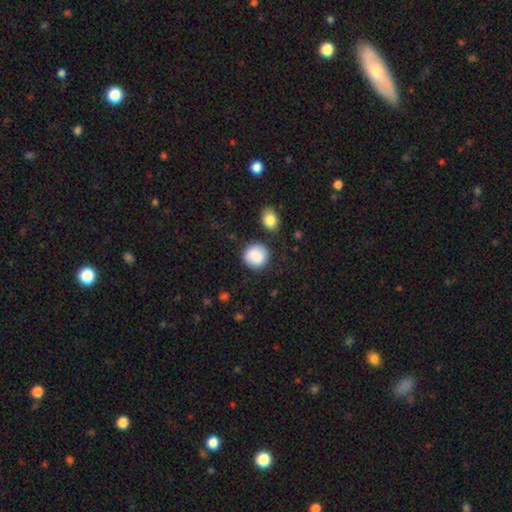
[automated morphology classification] This is clearly a smooth galaxy (87%). How rounded: clearly round (89%). Merging: likely none (78%).